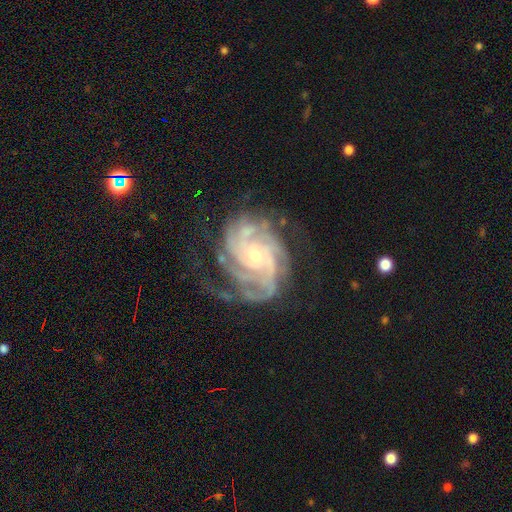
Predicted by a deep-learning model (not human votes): Smooth or featured: featured or disk — 92% (star or artifact — 5%)
Edge-on disk: no — 98% (yes — 2%)
Bar: no — 71% (weak — 22%)
Spiral arms: yes — 98% (no — 2%)
Spiral winding: tight — 66% (medium — 29%)
Spiral arm count: 4 — 28% (3 — 21%)
Bulge size: small — 66% (moderate — 30%)
Merging: none — 65% (minor disturbance — 20%)